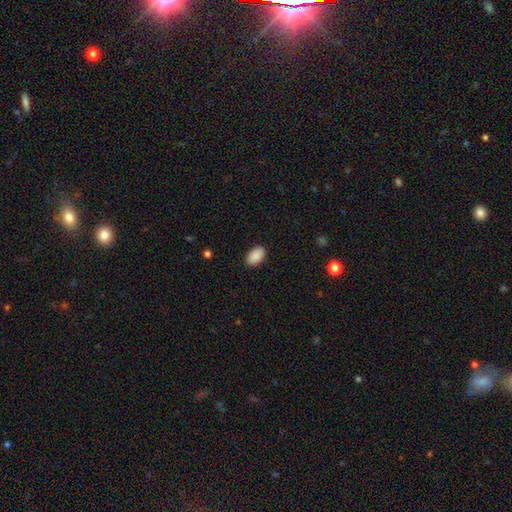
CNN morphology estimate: Smooth or featured? Predicted: smooth (p=0.91). How rounded? Predicted: in between (p=0.93). Merging? Predicted: none (p=0.89).